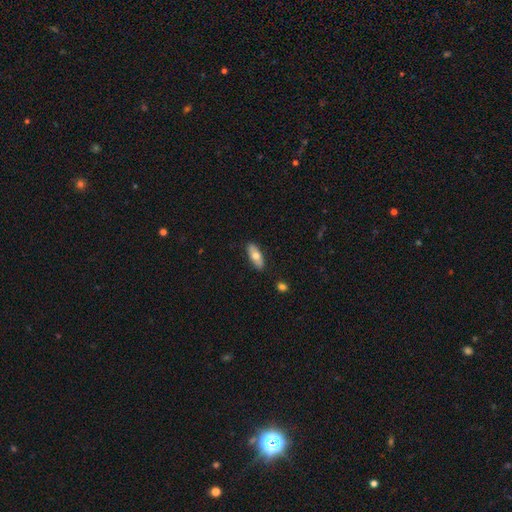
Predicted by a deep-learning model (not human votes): Smooth or featured: smooth — 63% (featured or disk — 31%)
How rounded: in between — 74% (cigar-shaped — 24%)
Merging: none — 86% (minor disturbance — 11%)